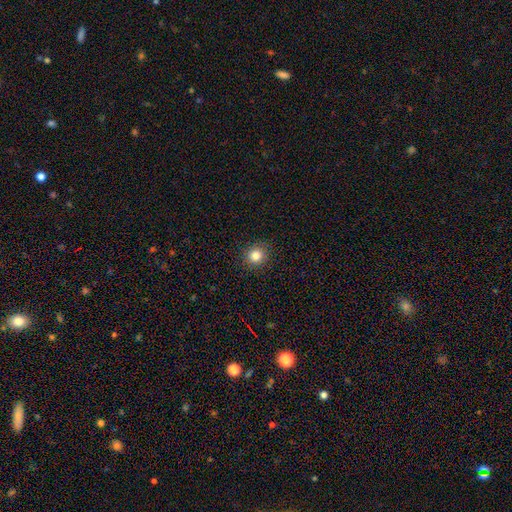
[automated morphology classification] Overall: smooth (82%). How rounded: round (89%). Merging: none (90%).